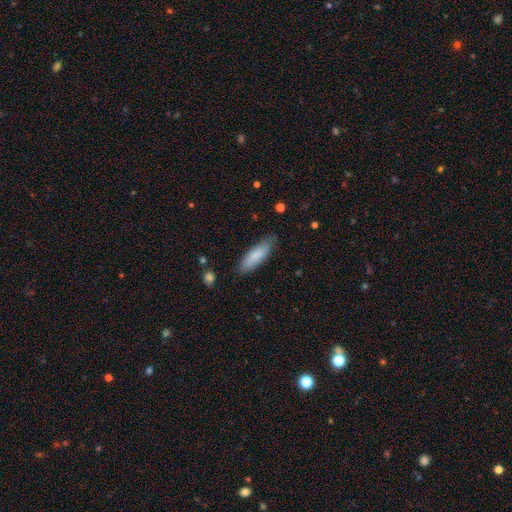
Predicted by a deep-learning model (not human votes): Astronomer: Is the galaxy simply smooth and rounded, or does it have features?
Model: smooth — 81%.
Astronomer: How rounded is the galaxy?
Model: cigar-shaped — 50% (runner-up: in between, 49%).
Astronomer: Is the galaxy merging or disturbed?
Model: none — 81%.